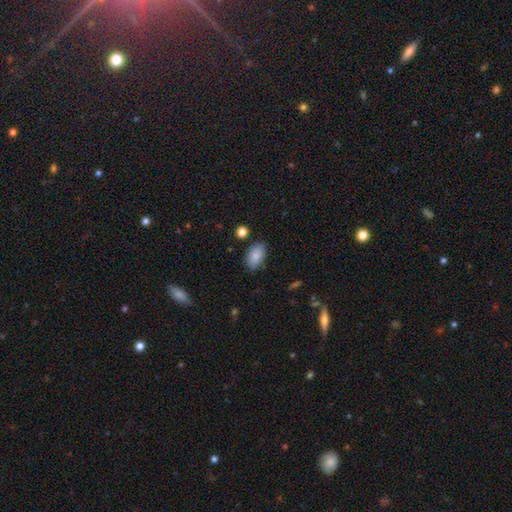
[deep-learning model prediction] Morphology: type=smooth (87%); roundness=in between (92%); merging=none (80%).